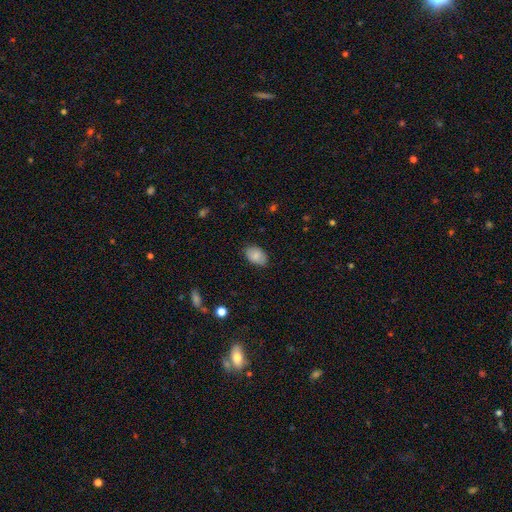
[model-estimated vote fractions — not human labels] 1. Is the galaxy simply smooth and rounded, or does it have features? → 85% smooth, 8% featured or disk, 7% star or artifact.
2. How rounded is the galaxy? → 90% in between, 9% round, 1% cigar-shaped.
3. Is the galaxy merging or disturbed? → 85% none, 12% minor disturbance, 3% major disturbance, 1% merger.